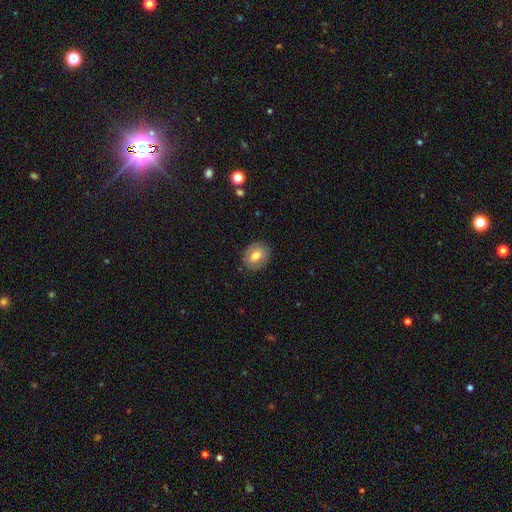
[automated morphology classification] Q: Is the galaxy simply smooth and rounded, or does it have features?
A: smooth — 68%.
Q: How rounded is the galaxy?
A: round — 53%.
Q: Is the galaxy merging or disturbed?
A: none — 86%.